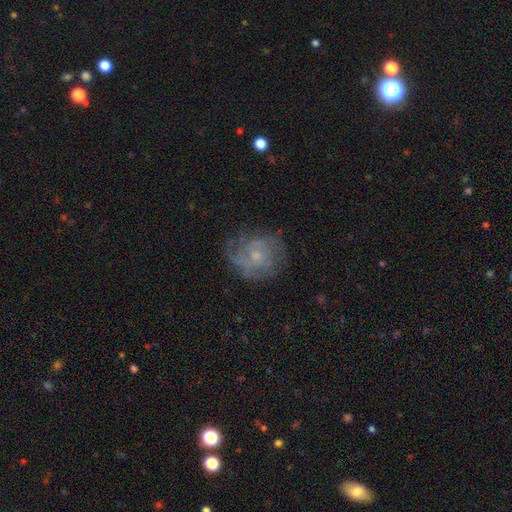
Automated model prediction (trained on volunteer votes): This appears to be a featured or disk galaxy (68%) with no bar (72%), tight (45%) spiral arms (84%) and a small central bulge (60%). Merging: none (66%).